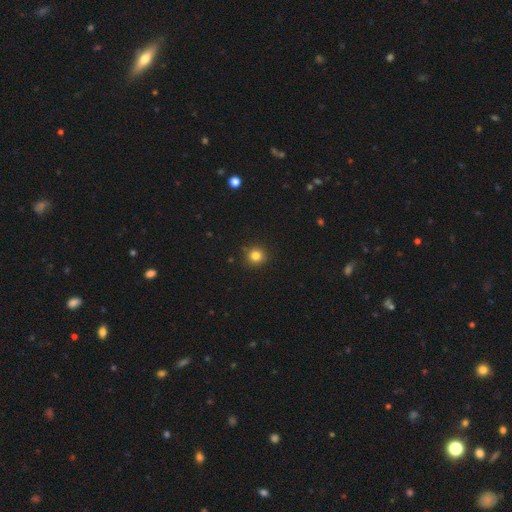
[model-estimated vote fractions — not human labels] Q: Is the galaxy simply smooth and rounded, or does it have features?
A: smooth — 83%.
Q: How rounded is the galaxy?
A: round — 92%.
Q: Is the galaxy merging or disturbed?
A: none — 88%.